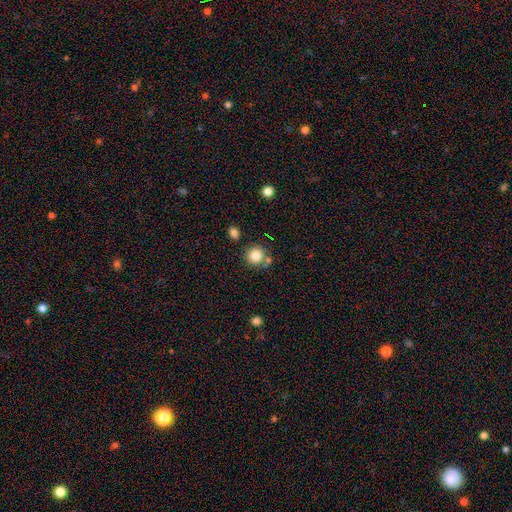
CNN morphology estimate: The model was most divided on "merging": none: 73%, merger: 14%, minor disturbance: 10%, major disturbance: 3%. More confident: how rounded — round (92%); smooth or featured — smooth (82%).